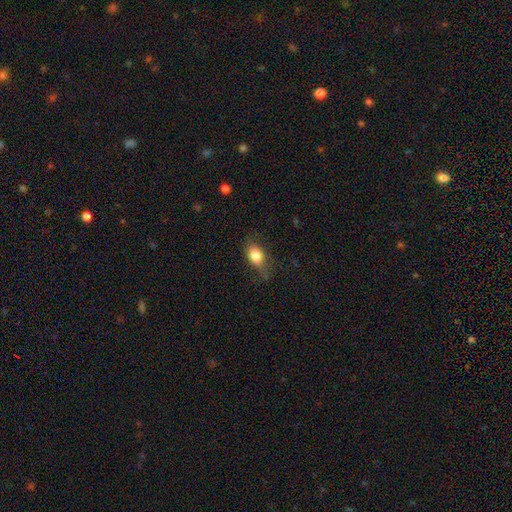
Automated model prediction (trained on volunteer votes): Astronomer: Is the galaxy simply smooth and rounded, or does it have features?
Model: smooth — 80%.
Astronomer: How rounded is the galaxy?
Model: in between — 79%.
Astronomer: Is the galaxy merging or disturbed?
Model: none — 59%.